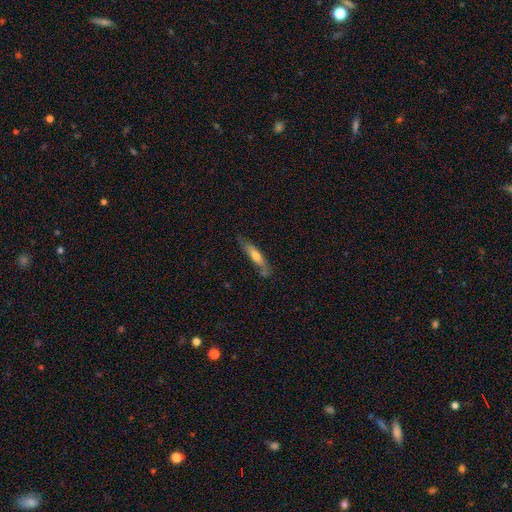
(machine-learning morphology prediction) smooth 57%, featured or disk 37%, star or artifact 6%. Down the decision tree: how rounded — cigar-shaped (80%); merging — none (67%).